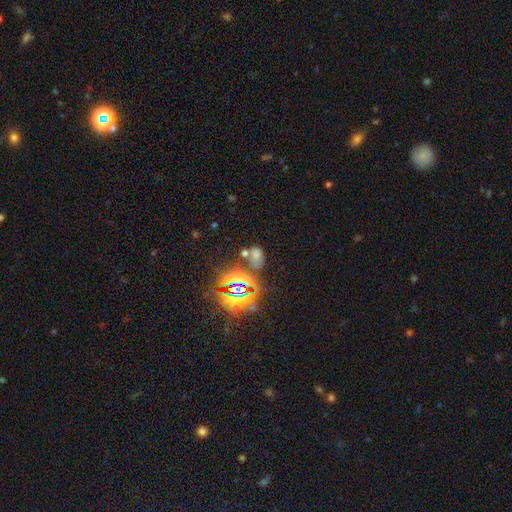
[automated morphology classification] A smooth galaxy with no disk features (47%).

Vote fractions:
- Smooth or featured? smooth: 47% / star or artifact: 42% / featured or disk: 11%
- Merging? none: 50% / merger: 24% / minor disturbance: 17% / major disturbance: 9%